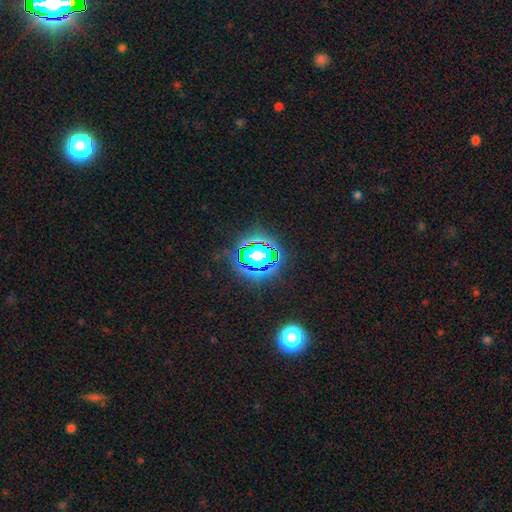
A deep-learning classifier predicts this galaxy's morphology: type=star or artifact (62%).